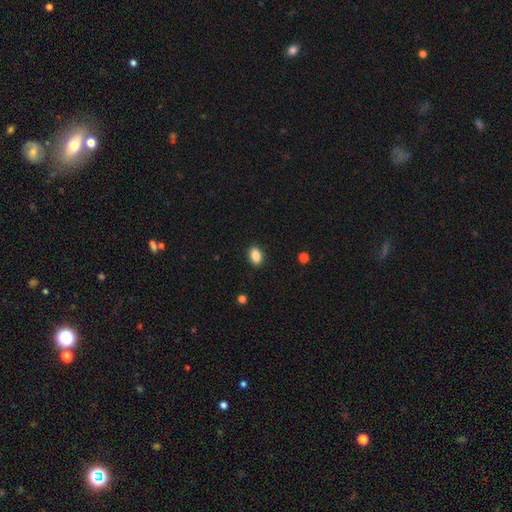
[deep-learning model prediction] The model was most divided on "how rounded": in between: 84%, round: 15%, cigar-shaped: 2%. More confident: merging — none (89%); smooth or featured — smooth (87%).